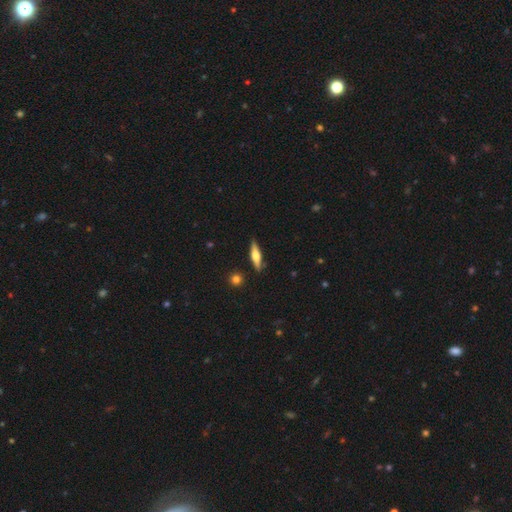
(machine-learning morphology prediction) This appears to be a featured or disk galaxy (53%) viewed edge-on (95%). Merging: none (86%).